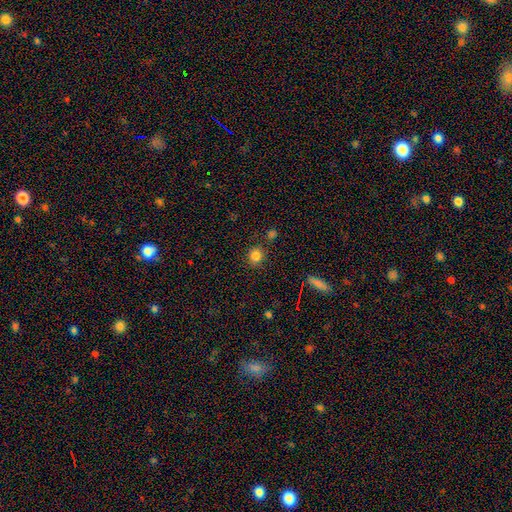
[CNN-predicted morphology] smooth 83%, star or artifact 12%, featured or disk 5%. Down the decision tree: how rounded — round (82%); merging — none (84%).